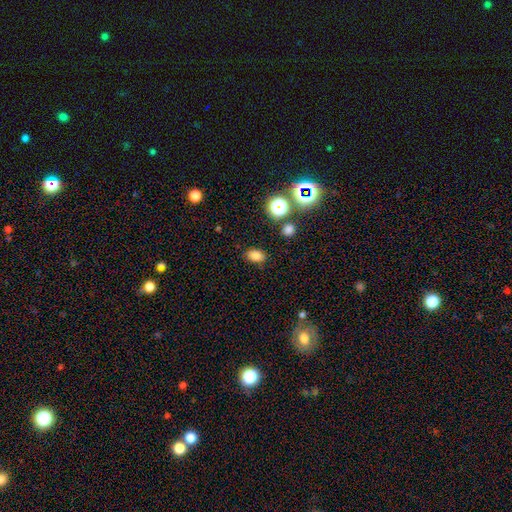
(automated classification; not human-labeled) This is likely a smooth galaxy (78%). How rounded: clearly in between (83%). Merging: clearly none (83%).